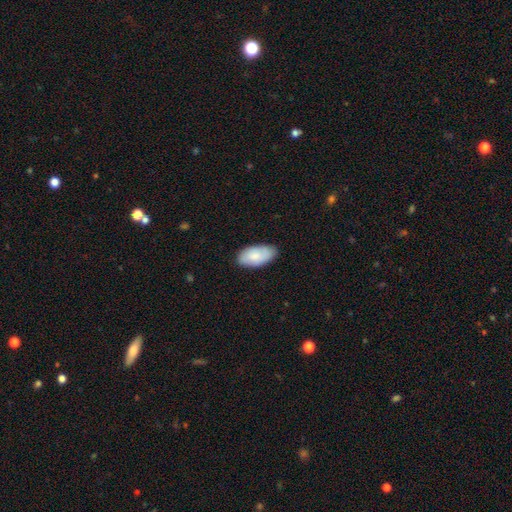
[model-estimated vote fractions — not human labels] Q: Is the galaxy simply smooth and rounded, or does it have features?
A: smooth — 80%.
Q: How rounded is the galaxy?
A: in between — 95%.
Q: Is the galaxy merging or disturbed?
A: none — 81%.